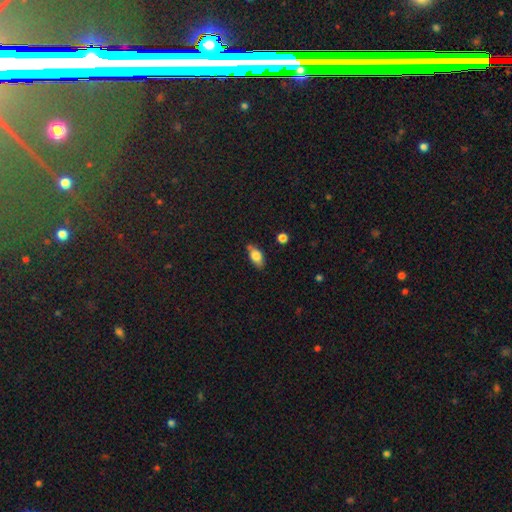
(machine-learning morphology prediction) smooth 78%, featured or disk 14%, star or artifact 8%. Down the decision tree: how rounded — in between (86%); merging — none (70%).